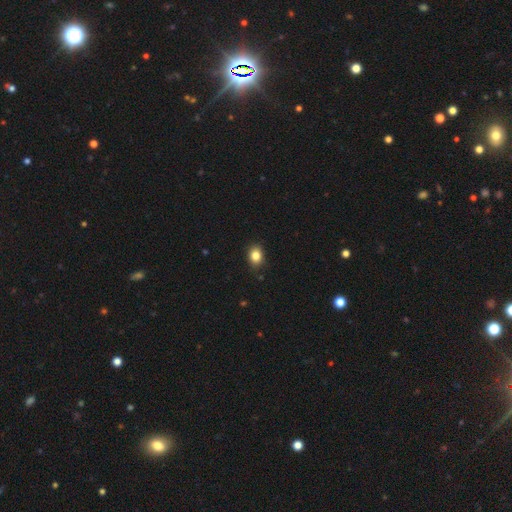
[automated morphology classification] Smooth or featured: smooth — 84% (star or artifact — 10%)
How rounded: in between — 61% (round — 38%)
Merging: none — 86% (minor disturbance — 11%)